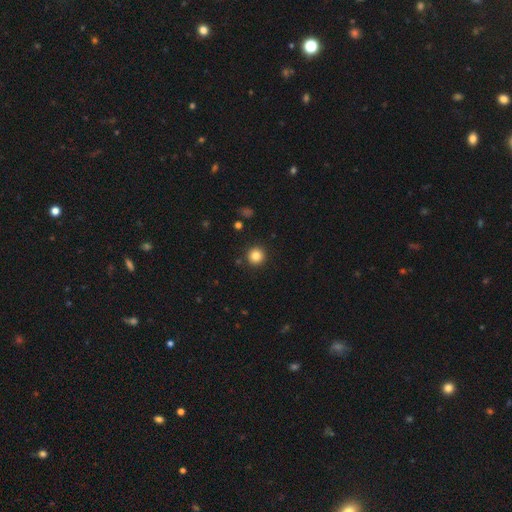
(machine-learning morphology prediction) smooth_or_featured: smooth (p=0.84) [alt: star or artifact p=0.11]
how_rounded: round (p=0.95) [alt: in between p=0.04]
merging: none (p=0.91) [alt: minor disturbance p=0.05]